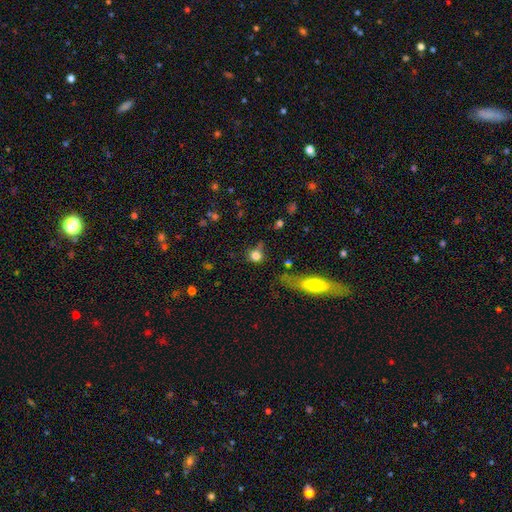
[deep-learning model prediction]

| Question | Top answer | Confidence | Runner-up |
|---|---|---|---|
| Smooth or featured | smooth | 80% | star or artifact (11%) |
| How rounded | round | 81% | in between (16%) |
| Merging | none | 59% | minor disturbance (21%) |